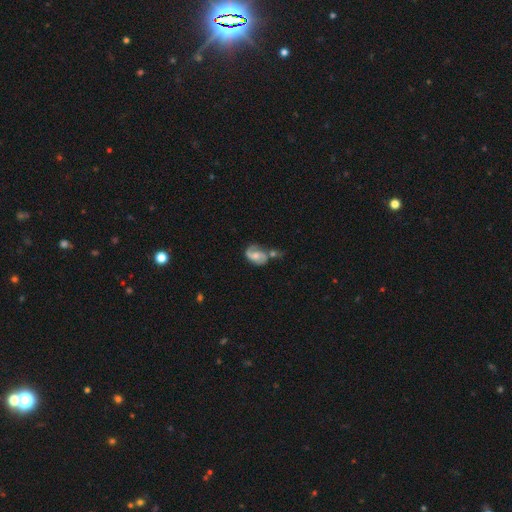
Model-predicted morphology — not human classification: smooth-or-featured: featured or disk: 69% | smooth: 24% | star or artifact: 8%
  disk-edge-on: no: 97% | yes: 3%
    bar: no: 53% | weak: 39% | strong: 8%
    has-spiral-arms: yes: 90% | no: 10%
      spiral-winding: medium: 45% | loose: 36% | tight: 19%
      spiral-arm-count: 2: 80% | 1: 10% | can't tell: 7% | 3: 1% | 4: 1% | more than 4: 1%
    bulge-size: moderate: 49% | small: 32% | none: 10% | large: 7% | dominant: 2%
  merging: none: 36% | merger: 32% | minor disturbance: 20% | major disturbance: 13%